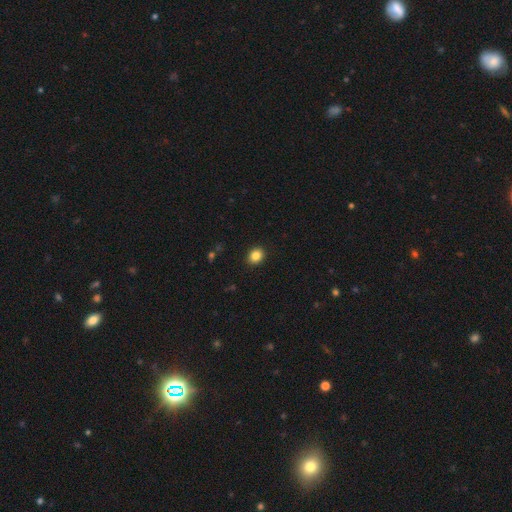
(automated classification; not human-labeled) Morphology: type=smooth (85%); roundness=round (60%); merging=none (91%).